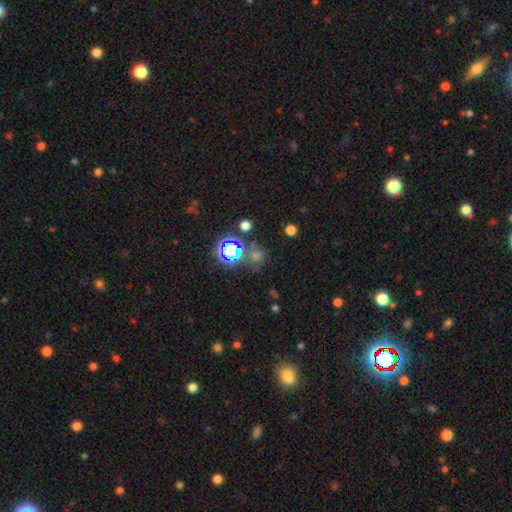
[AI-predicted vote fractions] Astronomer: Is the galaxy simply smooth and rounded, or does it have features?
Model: star or artifact — 53% (runner-up: smooth, 39%).